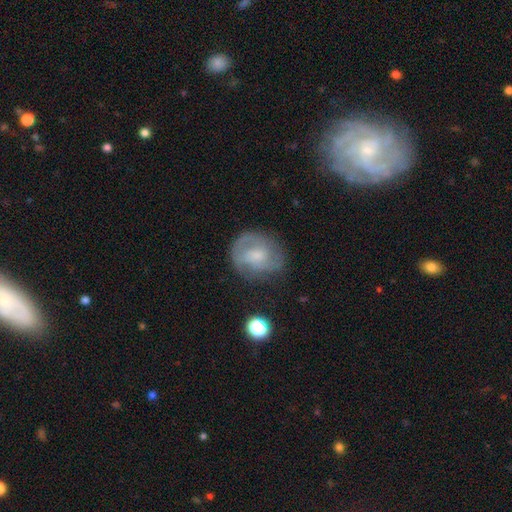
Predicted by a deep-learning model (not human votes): Smooth or featured?
  - featured or disk: 60% *
  - smooth: 32%
  - star or artifact: 8%
Edge-on disk?
  - no: 97% *
  - yes: 3%
Bar?
  - no: 52% *
  - weak: 40%
  - strong: 8%
Spiral arms?
  - yes: 81% *
  - no: 19%
Bulge size?
  - small: 45% *
  - moderate: 35%
  - none: 14%
  - large: 4%
  - dominant: 1%
Merging?
  - none: 64% *
  - minor disturbance: 22%
  - major disturbance: 12%
  - merger: 2%